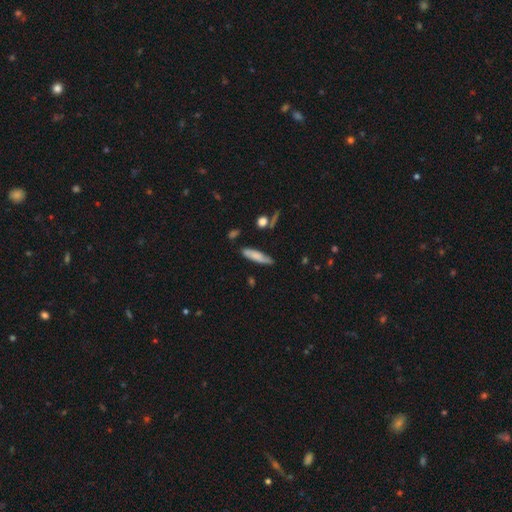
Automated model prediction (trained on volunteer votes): Smooth or featured? smooth (73%)
How rounded? cigar-shaped (73%)
Merging? none (77%)